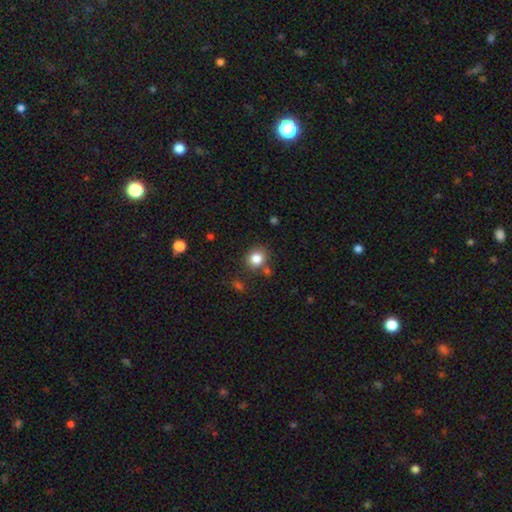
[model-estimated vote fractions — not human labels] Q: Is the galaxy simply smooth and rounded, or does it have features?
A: smooth — 75%.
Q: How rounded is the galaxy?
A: round — 86%.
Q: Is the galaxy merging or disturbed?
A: none — 82%.